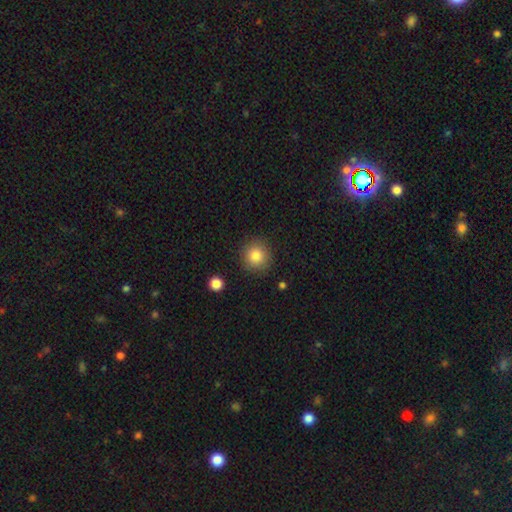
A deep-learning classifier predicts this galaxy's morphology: smooth 83%, star or artifact 10%, featured or disk 7%. Down the decision tree: how rounded — round (93%); merging — none (89%).